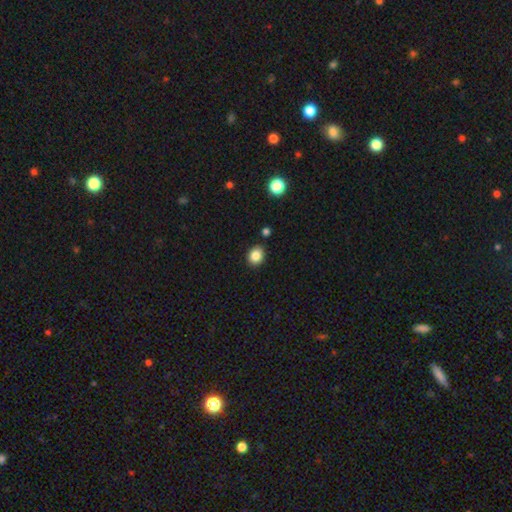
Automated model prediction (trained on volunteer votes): smooth-or-featured: smooth: 85% | star or artifact: 10% | featured or disk: 5%
  how-rounded: round: 58% | in between: 42% | cigar-shaped: 1%
  merging: none: 85% | minor disturbance: 9% | merger: 3% | major disturbance: 2%